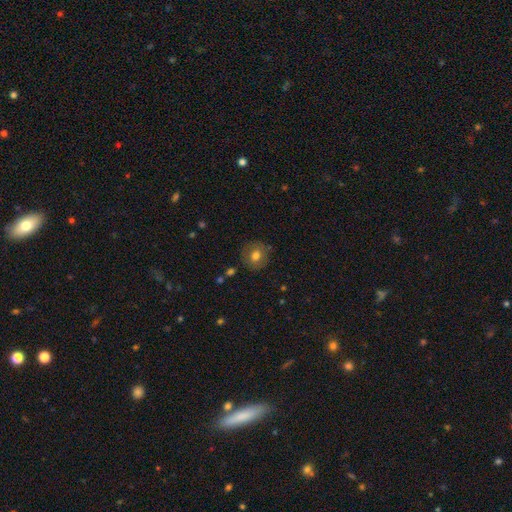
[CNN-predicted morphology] smooth 71%, featured or disk 19%, star or artifact 10%. Down the decision tree: how rounded — round (87%); merging — none (84%).